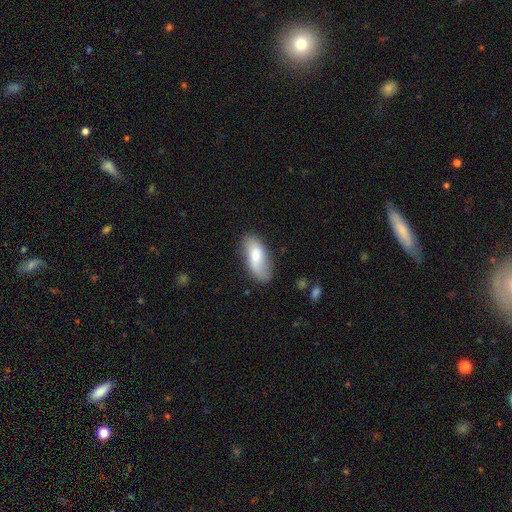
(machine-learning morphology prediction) This is likely a smooth galaxy (72%). How rounded: clearly in between (86%). Merging: likely none (71%).